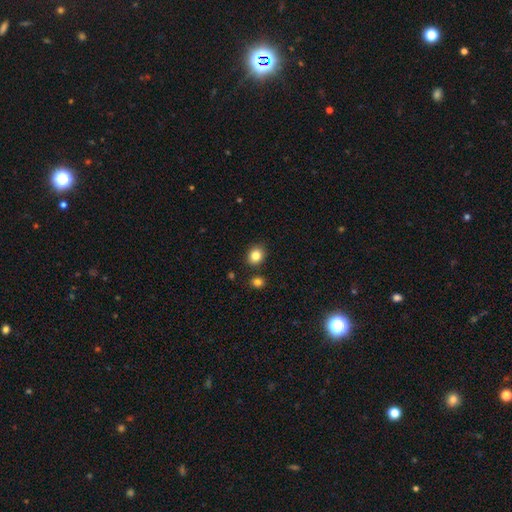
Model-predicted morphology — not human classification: smooth_or_featured: smooth (p=0.84) [alt: star or artifact p=0.10]
how_rounded: round (p=0.66) [alt: in between p=0.33]
merging: none (p=0.86) [alt: minor disturbance p=0.08]